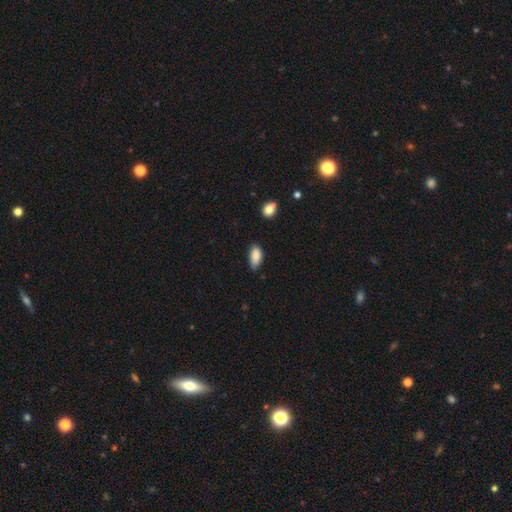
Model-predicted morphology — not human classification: The model was most divided on "merging": none: 55%, minor disturbance: 37%, major disturbance: 5%, merger: 2%. More confident: how rounded — in between (92%); smooth or featured — smooth (86%).